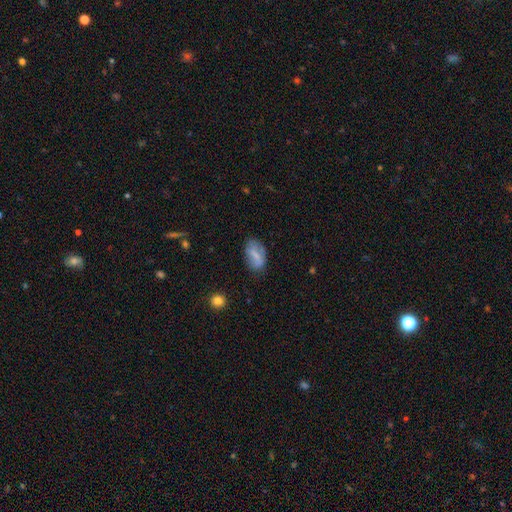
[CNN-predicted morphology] Q: Smooth or featured?
A: smooth (66%); runner-up: featured or disk (25%)
Q: How rounded?
A: in between (91%); runner-up: round (5%)
Q: Merging?
A: none (69%); runner-up: minor disturbance (22%)